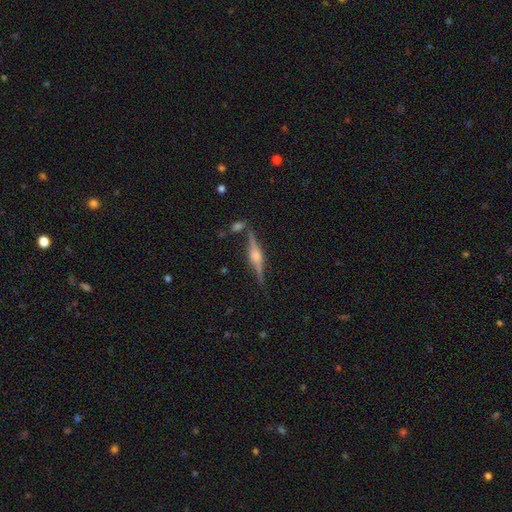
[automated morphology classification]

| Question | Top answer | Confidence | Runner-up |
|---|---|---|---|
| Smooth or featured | featured or disk | 84% | smooth (9%) |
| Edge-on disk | yes | 98% | no (2%) |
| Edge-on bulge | rounded | 88% | boxy (9%) |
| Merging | none | 84% | minor disturbance (9%) |